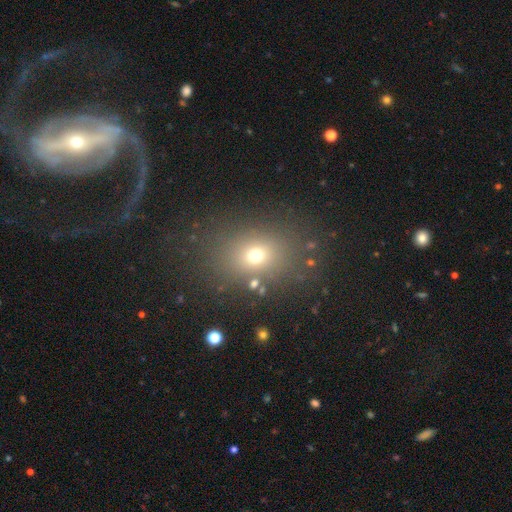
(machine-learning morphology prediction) This appears to be a smooth galaxy with no disk features (68%) that is in between round and cigar-shaped (50%). Merging: none (81%).